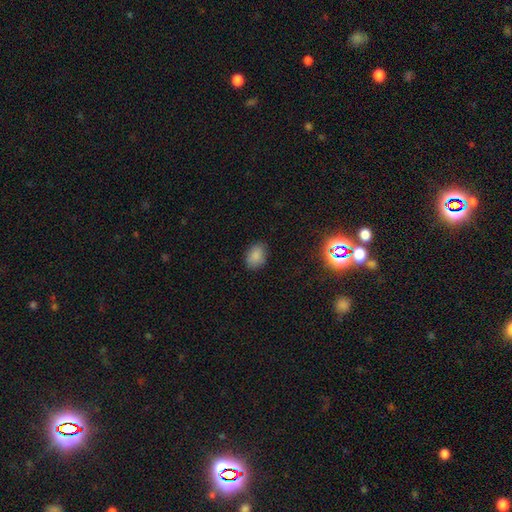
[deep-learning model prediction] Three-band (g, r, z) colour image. It shows a smooth galaxy with no disk features (84%) that is in between round and cigar-shaped (71%). Merging: none (83%).